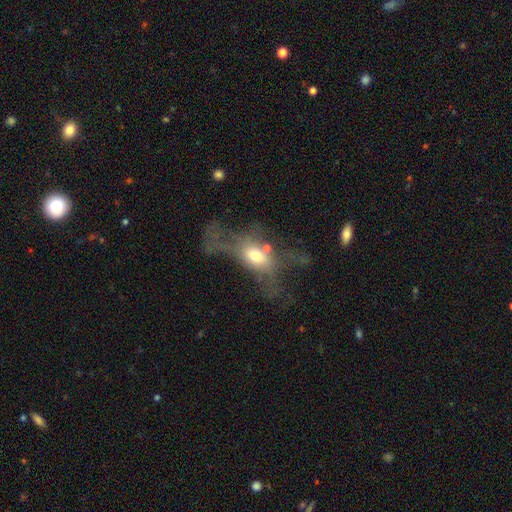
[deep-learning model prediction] smooth_or_featured: smooth (p=0.46) [alt: featured or disk p=0.42]
merging: major disturbance (p=0.56) [alt: none p=0.19]